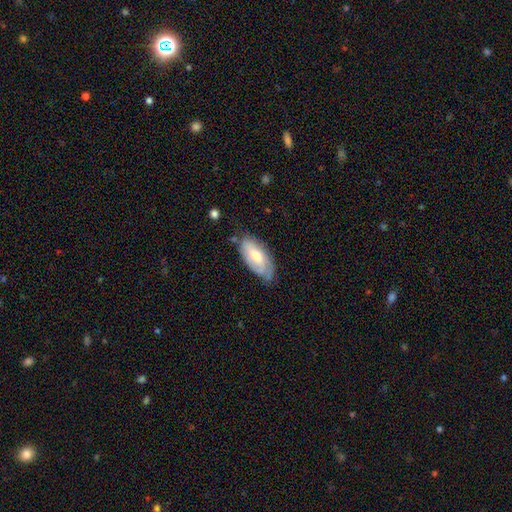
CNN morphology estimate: A smooth galaxy with no disk features (50%) that is in between round and cigar-shaped (88%). Merging: none (58%).